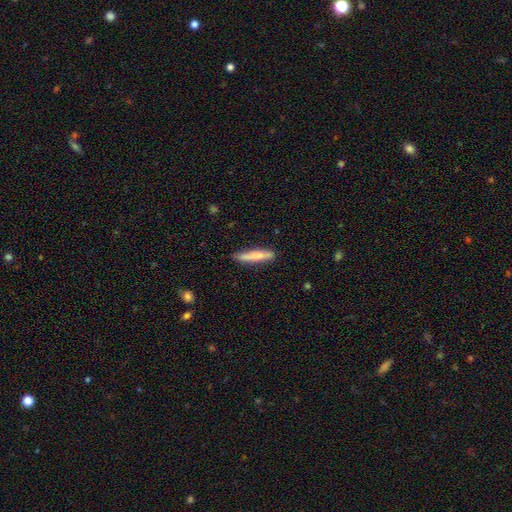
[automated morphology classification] Overall: smooth (71%). How rounded: cigar-shaped (92%). Merging: none (83%).